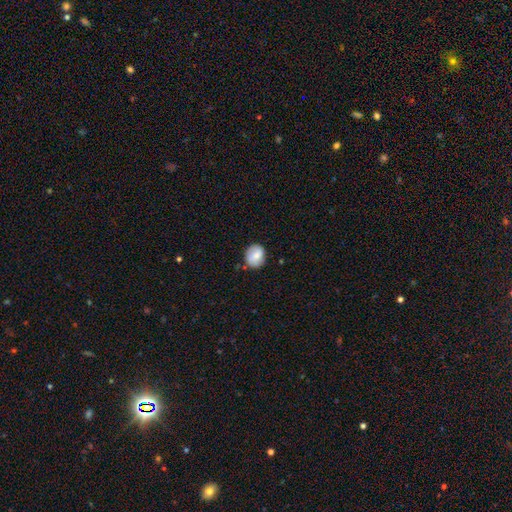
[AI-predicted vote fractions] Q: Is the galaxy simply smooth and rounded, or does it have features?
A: smooth — 76%.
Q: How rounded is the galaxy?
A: round — 71%.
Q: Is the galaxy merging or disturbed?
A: none — 79%.